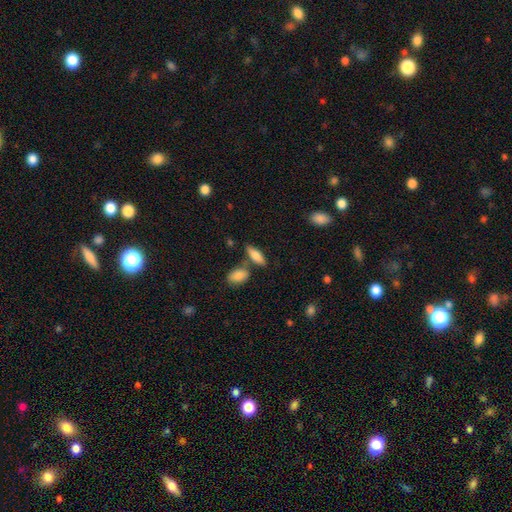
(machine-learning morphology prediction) type=smooth (77%); roundness=in between (64%); merging=none (67%).